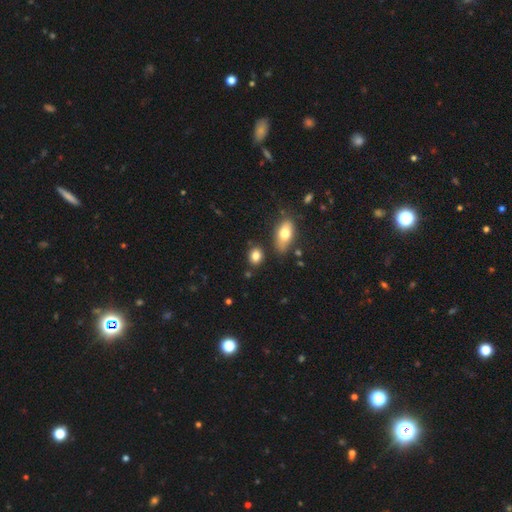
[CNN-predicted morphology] smooth_or_featured: smooth (p=0.82) [alt: star or artifact p=0.09]
how_rounded: in between (p=0.57) [alt: round p=0.40]
merging: none (p=0.79) [alt: minor disturbance p=0.12]